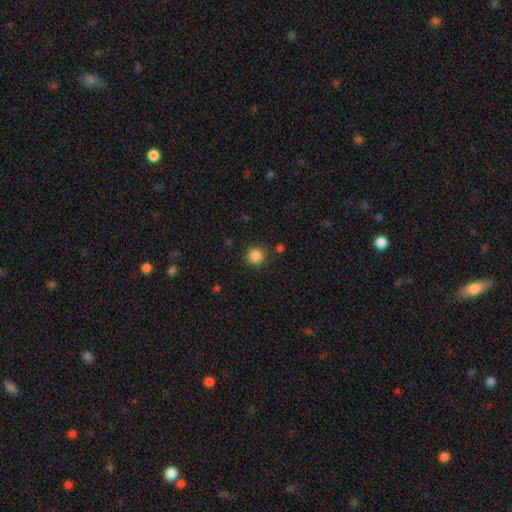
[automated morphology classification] Q: Smooth or featured?
A: smooth (85%); runner-up: star or artifact (11%)
Q: How rounded?
A: round (94%); runner-up: in between (5%)
Q: Merging?
A: none (88%); runner-up: minor disturbance (7%)